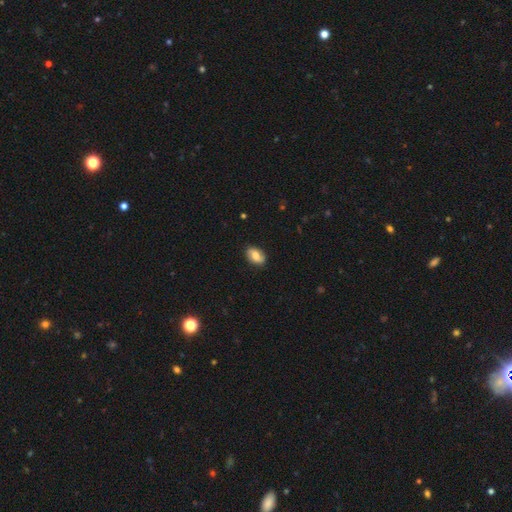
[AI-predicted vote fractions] smooth-or-featured: smooth: 65% | featured or disk: 27% | star or artifact: 8%
  how-rounded: in between: 88% | round: 10% | cigar-shaped: 2%
  merging: none: 85% | minor disturbance: 12% | major disturbance: 3% | merger: 1%